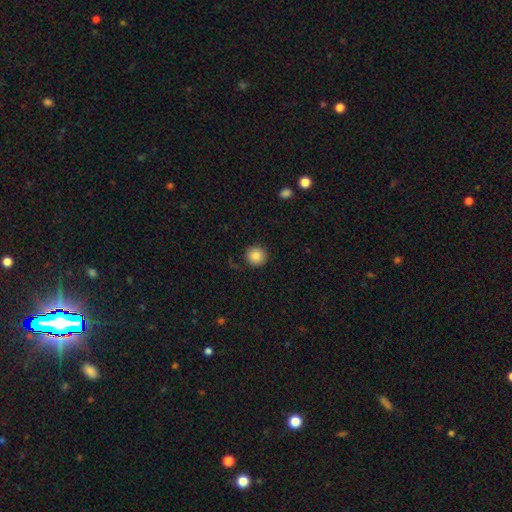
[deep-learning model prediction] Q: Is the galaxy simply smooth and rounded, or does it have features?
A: smooth — 86%.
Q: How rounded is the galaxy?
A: round — 94%.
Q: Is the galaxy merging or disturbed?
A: none — 87%.